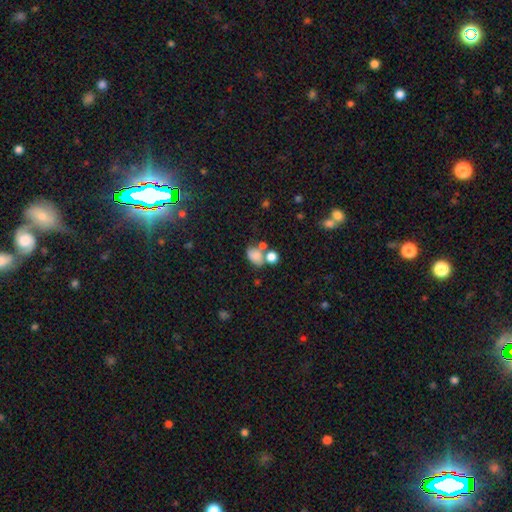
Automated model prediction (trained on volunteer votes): Q: Smooth or featured?
A: smooth (77%); runner-up: star or artifact (12%)
Q: How rounded?
A: in between (71%); runner-up: round (28%)
Q: Merging?
A: none (39%); runner-up: merger (38%)